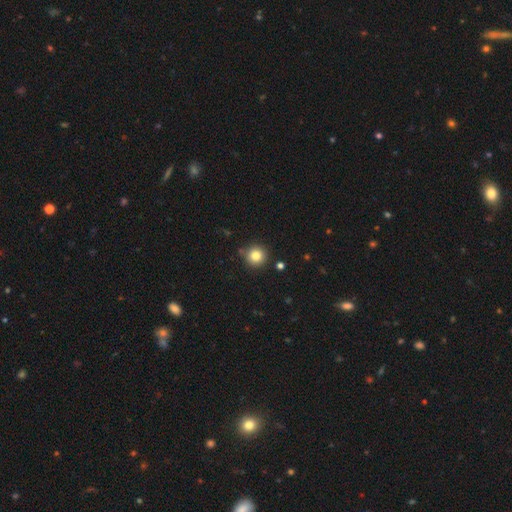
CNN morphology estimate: Smooth or featured?
  - smooth: 82% *
  - star or artifact: 11%
  - featured or disk: 6%
How rounded?
  - round: 95% *
  - in between: 4%
  - cigar-shaped: 1%
Merging?
  - none: 88% *
  - minor disturbance: 7%
  - merger: 3%
  - major disturbance: 2%